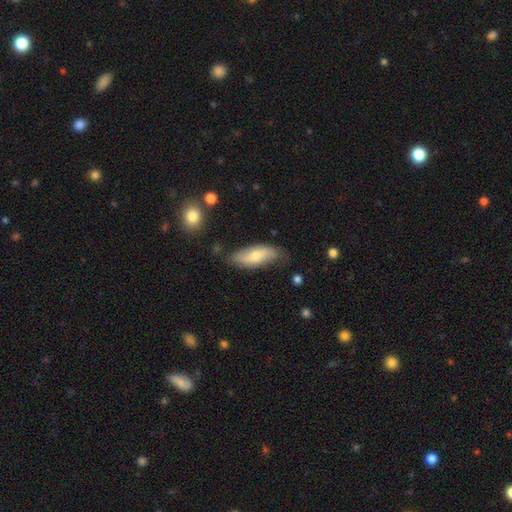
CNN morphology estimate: smooth_or_featured: smooth (p=0.58) [alt: featured or disk p=0.36]
how_rounded: in between (p=0.74) [alt: cigar-shaped p=0.23]
merging: none (p=0.72) [alt: minor disturbance p=0.21]